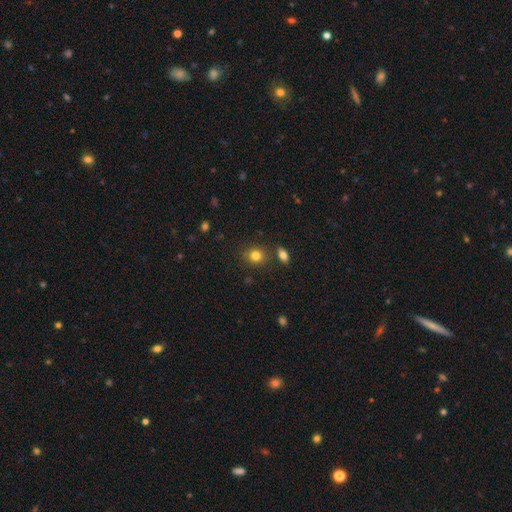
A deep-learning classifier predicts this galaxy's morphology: smooth_or_featured: smooth (p=0.82) [alt: star or artifact p=0.11]
how_rounded: round (p=0.73) [alt: in between p=0.26]
merging: none (p=0.82) [alt: minor disturbance p=0.10]